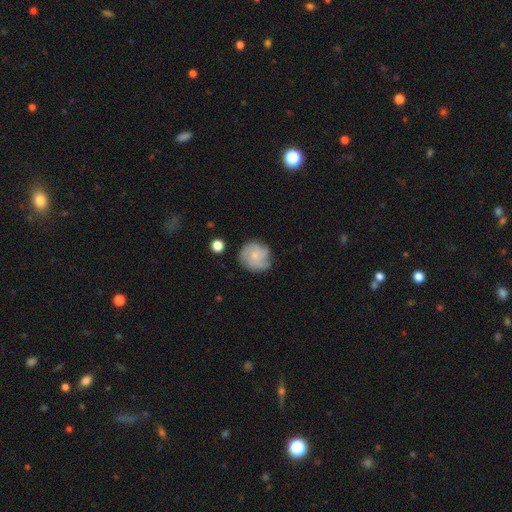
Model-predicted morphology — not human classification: This appears to be a featured or disk galaxy (51%). Merging: none (68%).